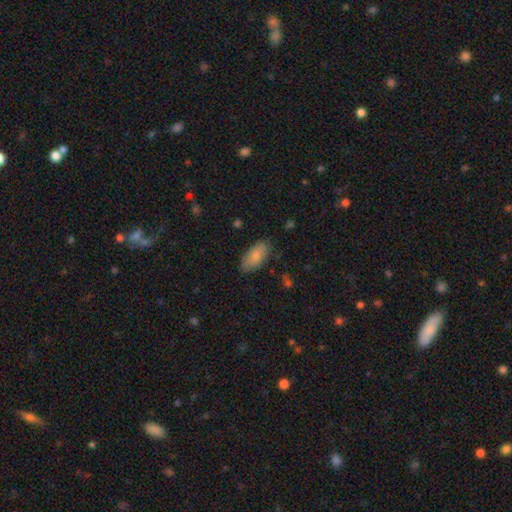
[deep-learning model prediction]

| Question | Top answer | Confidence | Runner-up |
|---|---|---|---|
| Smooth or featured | smooth | 85% | featured or disk (9%) |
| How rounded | in between | 92% | cigar-shaped (6%) |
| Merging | none | 82% | minor disturbance (14%) |